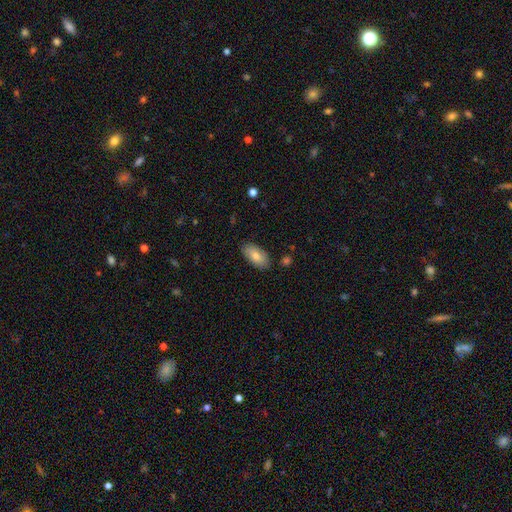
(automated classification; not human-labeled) Smooth or featured? smooth (78%)
How rounded? in between (93%)
Merging? none (85%)